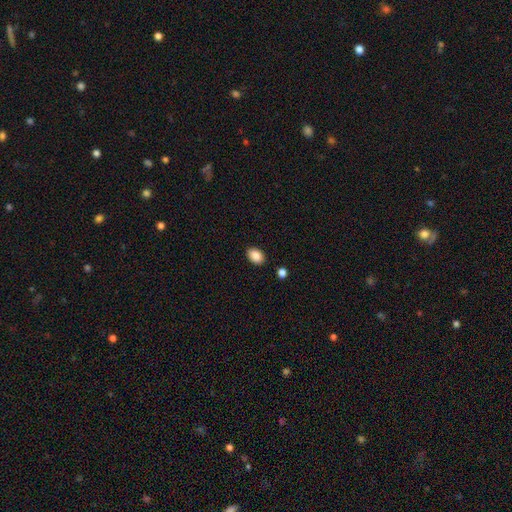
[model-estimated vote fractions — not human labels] Smooth or featured? Predicted: smooth (p=0.89). How rounded? Predicted: in between (p=0.83). Merging? Predicted: none (p=0.87).